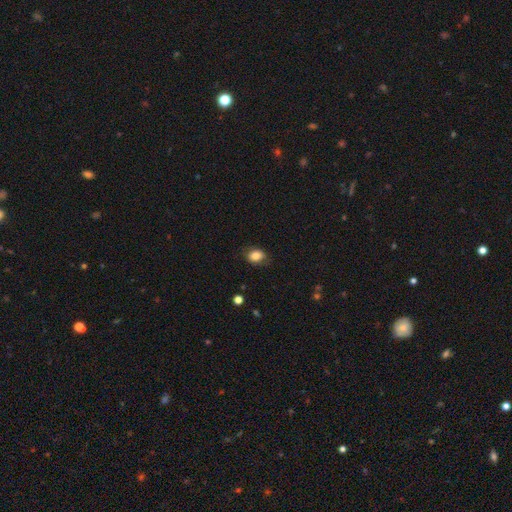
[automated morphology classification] A smooth galaxy with no disk features (83%) that is in between round and cigar-shaped (56%). Merging: none (79%).